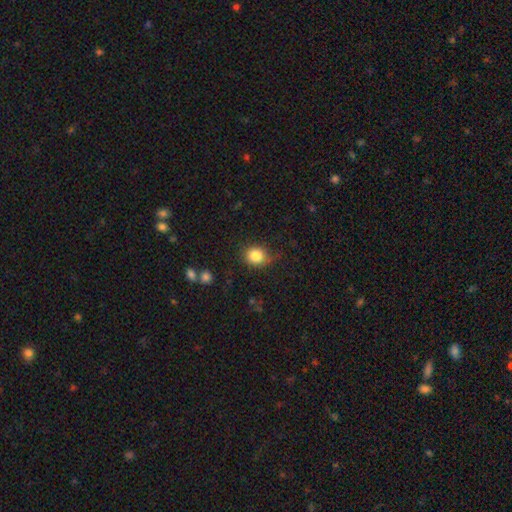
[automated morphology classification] Smooth or featured: smooth — 84% (star or artifact — 10%)
How rounded: round — 74% (in between — 25%)
Merging: none — 74% (minor disturbance — 18%)